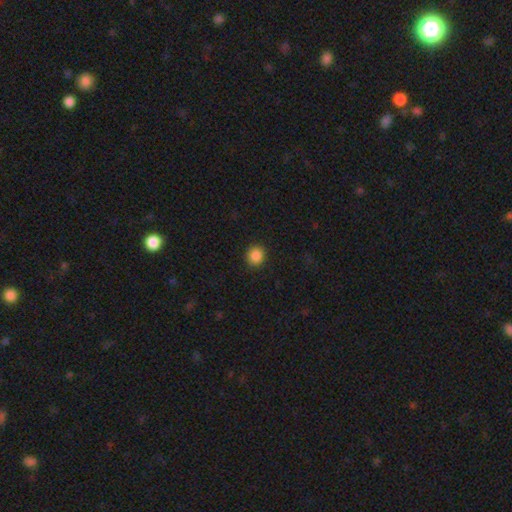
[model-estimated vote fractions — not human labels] A smooth galaxy with no disk features (87%) that is round (84%). Merging: none (91%).